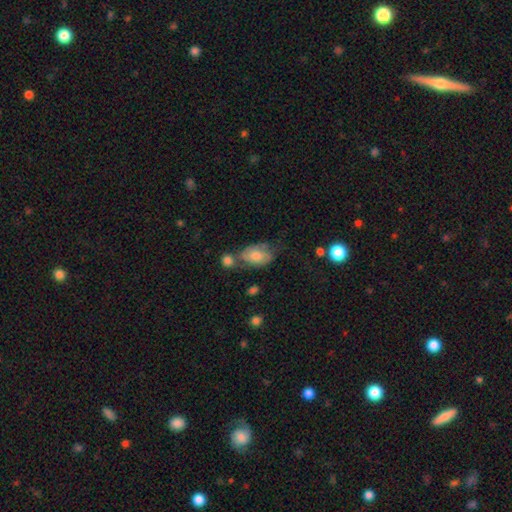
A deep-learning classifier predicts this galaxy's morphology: Smooth or featured? Predicted: smooth (p=0.58). How rounded? Predicted: in between (p=0.86). Merging? Predicted: none (p=0.42).